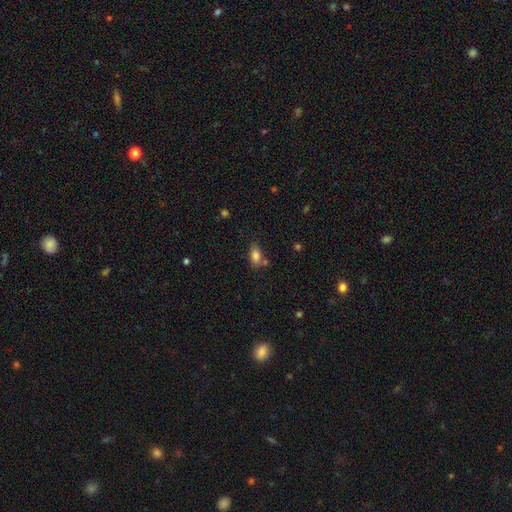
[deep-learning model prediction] The model was most divided on "merging": none: 66%, minor disturbance: 17%, merger: 13%, major disturbance: 5%. More confident: how rounded — in between (88%); smooth or featured — smooth (83%).